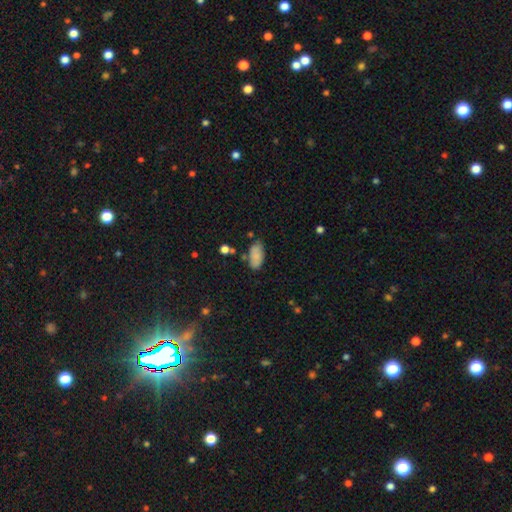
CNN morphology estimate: Smooth or featured: smooth — 86% (star or artifact — 8%)
How rounded: in between — 92% (cigar-shaped — 5%)
Merging: none — 69% (minor disturbance — 21%)